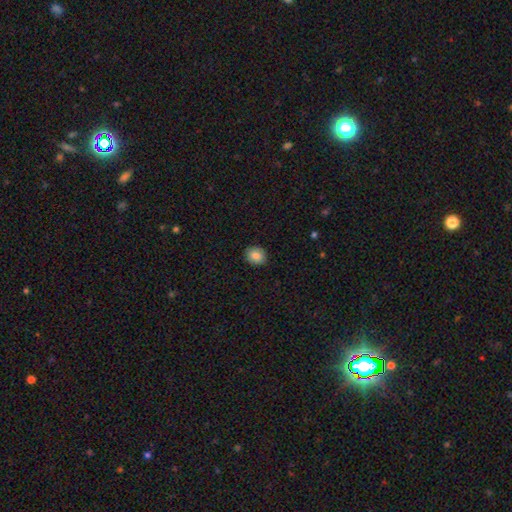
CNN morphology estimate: Smooth or featured: smooth — 85% (star or artifact — 9%)
How rounded: round — 68% (in between — 31%)
Merging: none — 90% (minor disturbance — 7%)